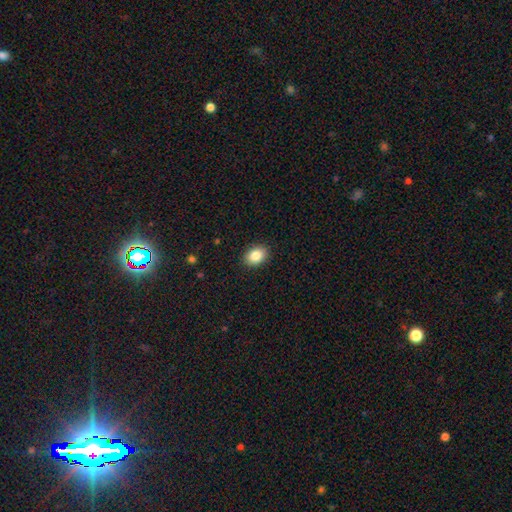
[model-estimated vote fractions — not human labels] The model was most divided on "how rounded": in between: 74%, round: 25%, cigar-shaped: 1%. More confident: merging — none (90%); smooth or featured — smooth (86%).